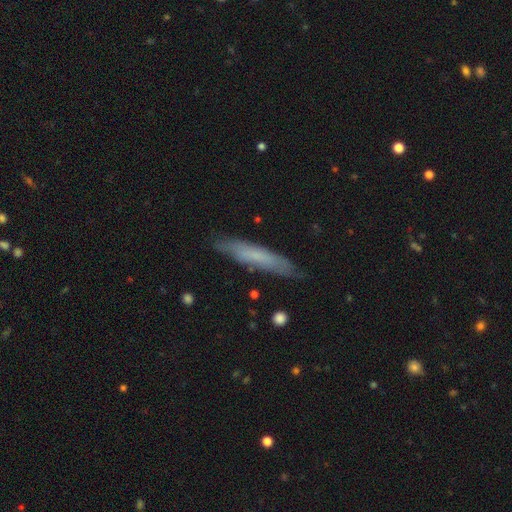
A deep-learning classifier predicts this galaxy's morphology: Q: Smooth or featured?
A: smooth (58%); runner-up: featured or disk (35%)
Q: How rounded?
A: cigar-shaped (88%); runner-up: in between (11%)
Q: Merging?
A: none (83%); runner-up: minor disturbance (13%)